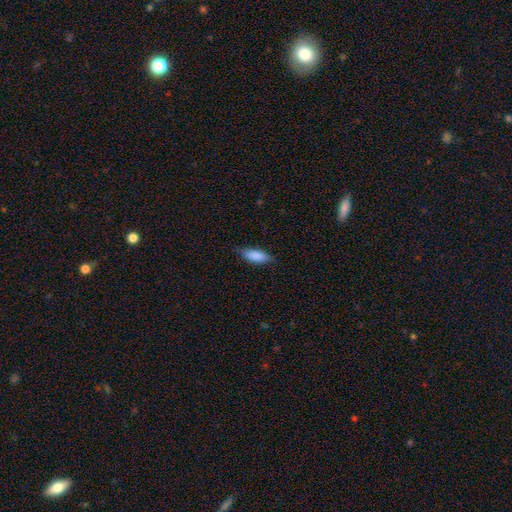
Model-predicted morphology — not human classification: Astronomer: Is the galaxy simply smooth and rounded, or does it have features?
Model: smooth — 85%.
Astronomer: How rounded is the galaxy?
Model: in between — 68%.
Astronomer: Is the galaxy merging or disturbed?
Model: none — 80%.